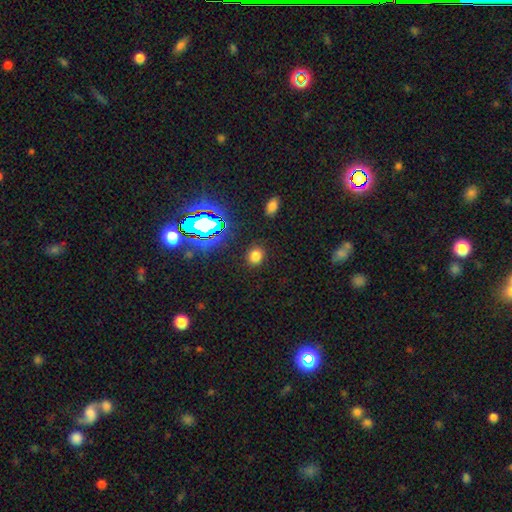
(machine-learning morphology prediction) This appears to be a smooth galaxy with no disk features (73%) that is round (64%). Merging: none (88%).